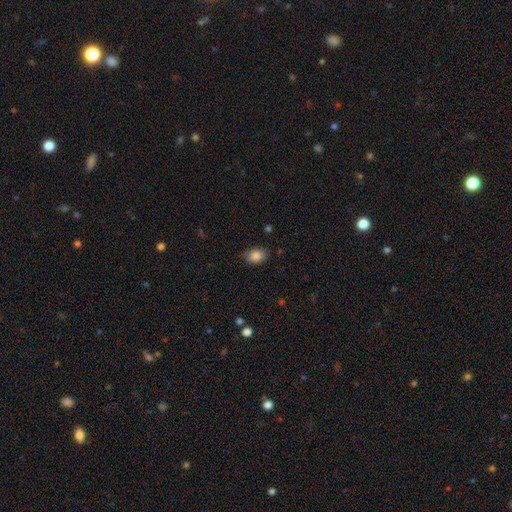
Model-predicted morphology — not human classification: This is clearly a smooth galaxy (86%). How rounded: likely in between (77%). Merging: likely none (79%).